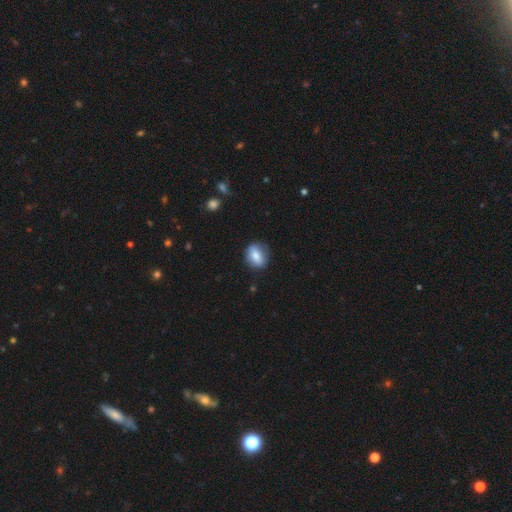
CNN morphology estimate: This is likely a smooth galaxy (72%). How rounded: possibly in between (54%). Merging: clearly none (81%).